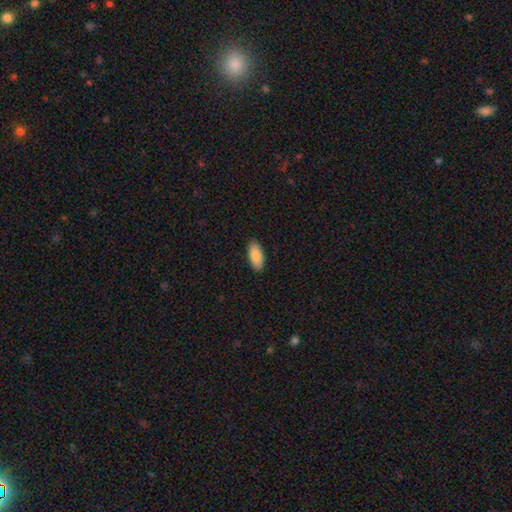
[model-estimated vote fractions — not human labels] smooth 87%, featured or disk 8%, star or artifact 6%. Down the decision tree: how rounded — in between (86%); merging — none (90%).